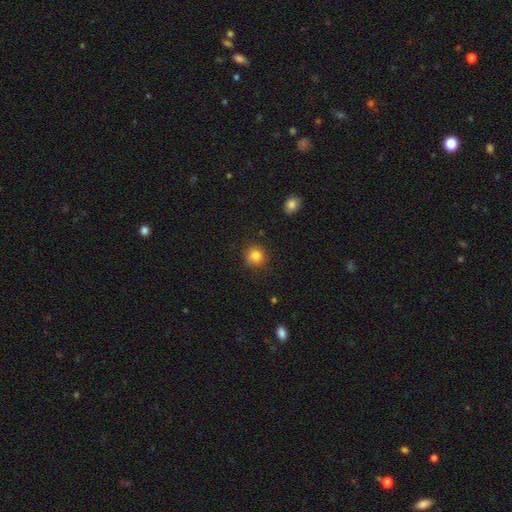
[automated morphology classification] Smooth or featured? Predicted: smooth (p=0.82). How rounded? Predicted: round (p=0.87). Merging? Predicted: none (p=0.78).